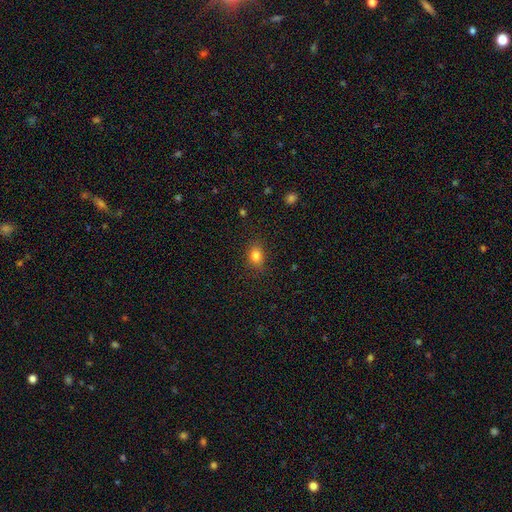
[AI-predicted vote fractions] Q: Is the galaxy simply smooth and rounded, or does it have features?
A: smooth — 81%.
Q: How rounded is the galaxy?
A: in between — 57%.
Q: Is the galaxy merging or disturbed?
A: none — 83%.